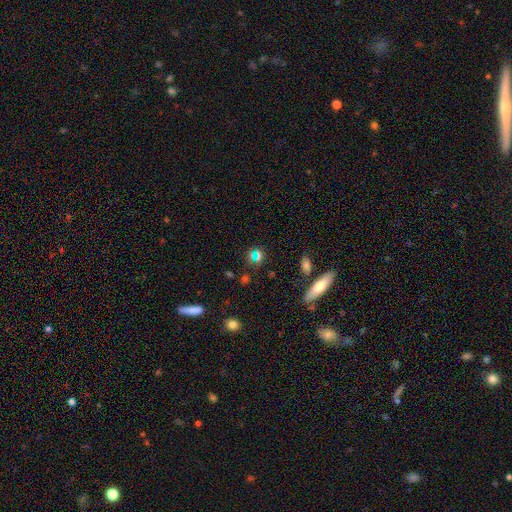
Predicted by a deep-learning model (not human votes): Smooth or featured: smooth — 48% (star or artifact — 39%)
Merging: none — 66% (merger — 16%)